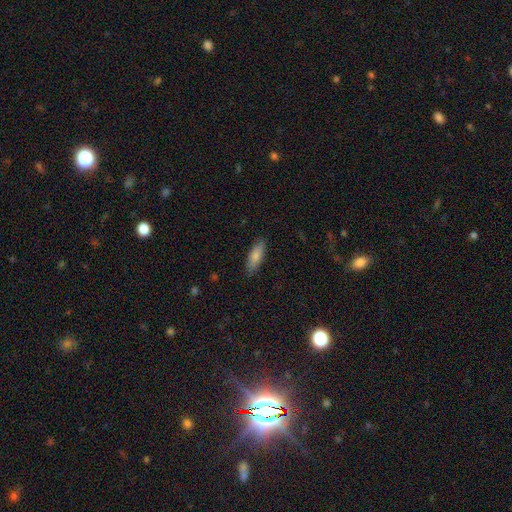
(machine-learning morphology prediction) smooth-or-featured: smooth: 79% | featured or disk: 15% | star or artifact: 6%
  how-rounded: in between: 59% | cigar-shaped: 39% | round: 2%
  merging: none: 86% | minor disturbance: 11% | major disturbance: 2% | merger: 1%